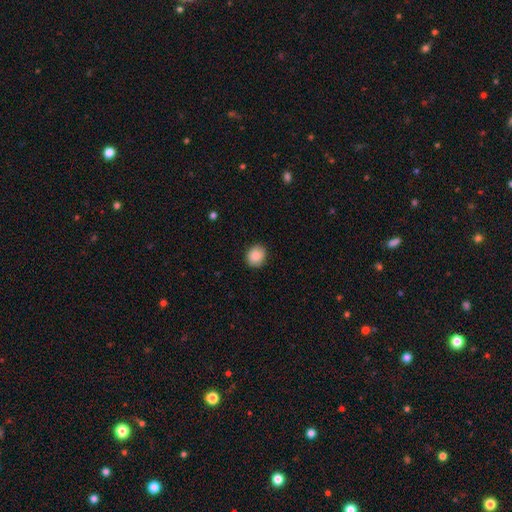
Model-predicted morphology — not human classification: smooth 89%, star or artifact 8%, featured or disk 3%. Down the decision tree: how rounded — round (75%); merging — none (89%).